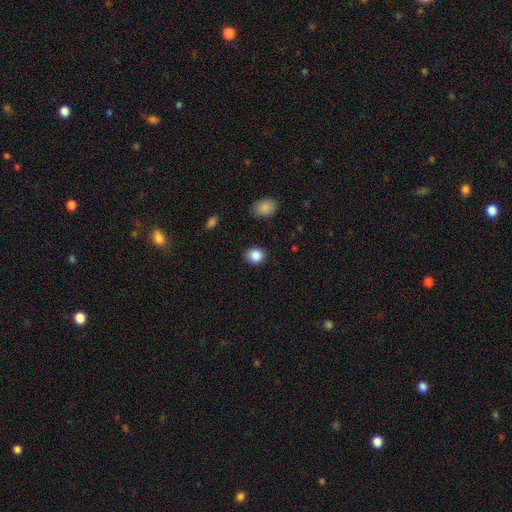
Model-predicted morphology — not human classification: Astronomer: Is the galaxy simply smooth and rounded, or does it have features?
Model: smooth — 87%.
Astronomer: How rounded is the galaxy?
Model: round — 71%.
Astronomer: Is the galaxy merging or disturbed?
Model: none — 88%.